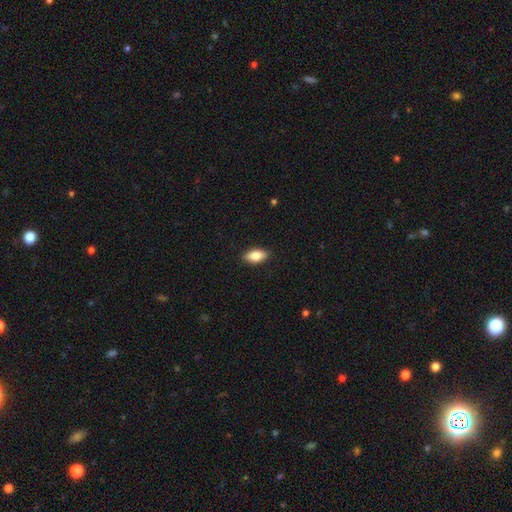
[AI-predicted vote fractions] A smooth galaxy with no disk features (82%) that is in between round and cigar-shaped (90%). Merging: none (90%).